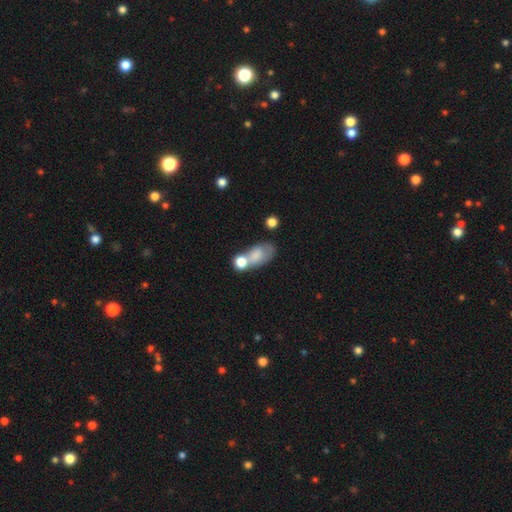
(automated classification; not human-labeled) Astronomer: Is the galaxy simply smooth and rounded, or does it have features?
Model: smooth — 69%.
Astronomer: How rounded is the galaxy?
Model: in between — 84%.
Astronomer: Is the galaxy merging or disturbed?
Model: merger — 39% (runner-up: none, 28%).